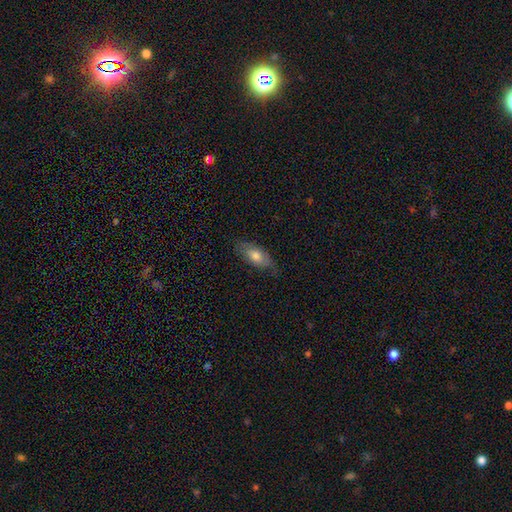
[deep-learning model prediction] Smooth or featured: smooth — 70% (featured or disk — 23%)
How rounded: in between — 84% (cigar-shaped — 13%)
Merging: none — 78% (minor disturbance — 18%)